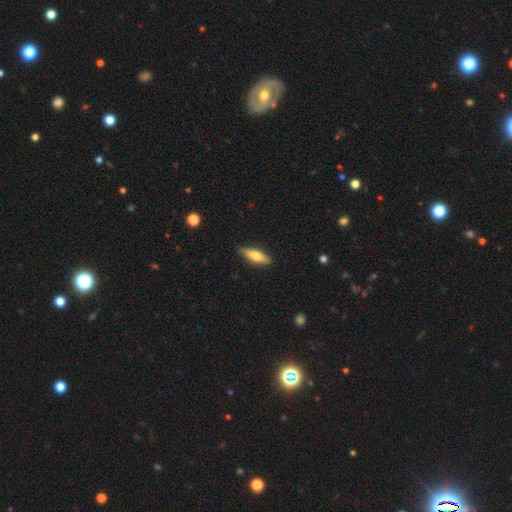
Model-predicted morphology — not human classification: The model was most divided on "how rounded": cigar-shaped: 56%, in between: 41%, round: 2%. More confident: merging — none (85%); smooth or featured — smooth (64%).